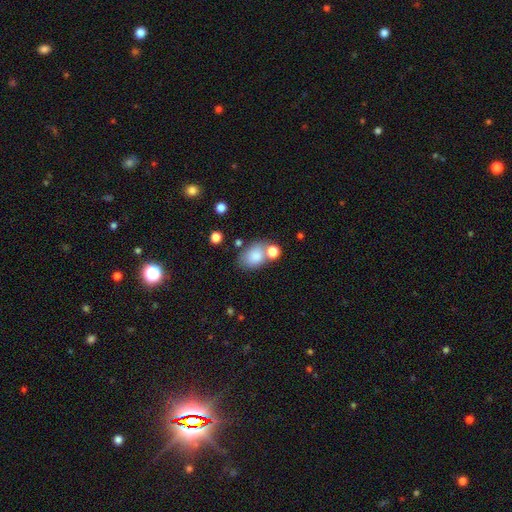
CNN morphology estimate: Smooth or featured? smooth (82%)
How rounded? in between (76%)
Merging? none (53%)